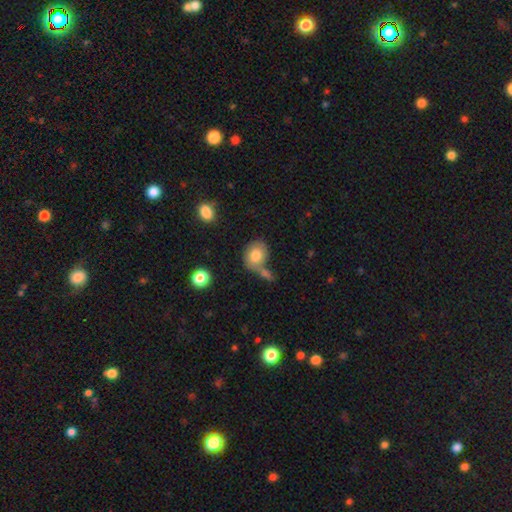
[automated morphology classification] This is likely a smooth galaxy (78%). How rounded: possibly round (57%). Merging: possibly none (48%).